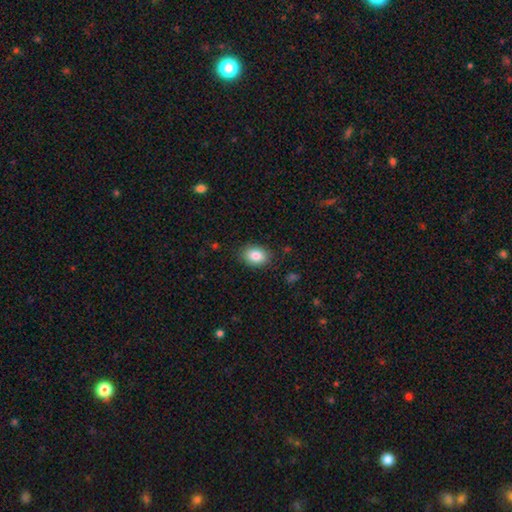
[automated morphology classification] A smooth galaxy with no disk features (85%) that is in between round and cigar-shaped (75%).

Vote fractions:
- Smooth or featured? smooth: 85% / star or artifact: 8% / featured or disk: 7%
- How rounded? in between: 75% / round: 23% / cigar-shaped: 1%
- Merging? none: 85% / minor disturbance: 11% / major disturbance: 3% / merger: 1%